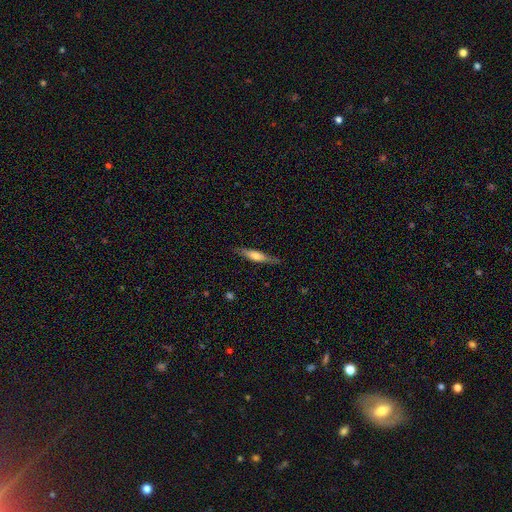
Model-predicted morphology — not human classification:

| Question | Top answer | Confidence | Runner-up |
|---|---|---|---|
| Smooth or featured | smooth | 48% | featured or disk (46%) |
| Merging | none | 84% | minor disturbance (13%) |